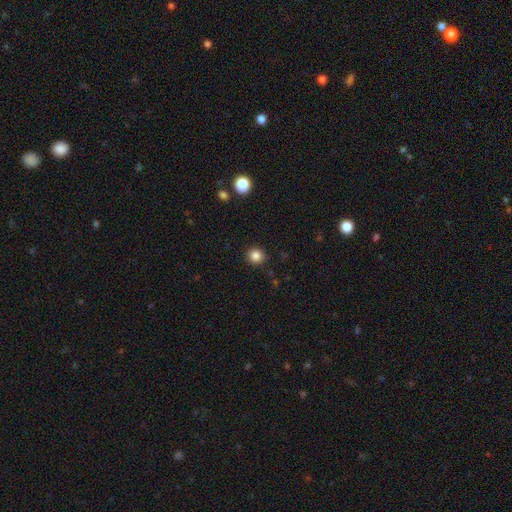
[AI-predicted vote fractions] Smooth or featured?
  - smooth: 84% *
  - star or artifact: 11%
  - featured or disk: 4%
How rounded?
  - round: 90% *
  - in between: 9%
  - cigar-shaped: 1%
Merging?
  - none: 91% *
  - minor disturbance: 6%
  - major disturbance: 2%
  - merger: 1%